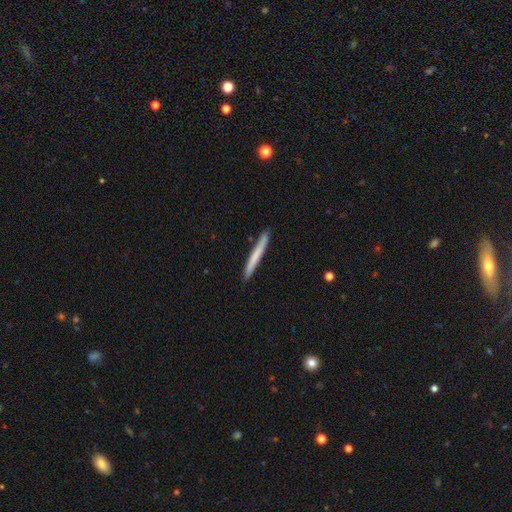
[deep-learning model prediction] A smooth galaxy with no disk features (65%) that is cigar-shaped (97%).

Vote fractions:
- Smooth or featured? smooth: 65% / featured or disk: 30% / star or artifact: 5%
- How rounded? cigar-shaped: 97% / in between: 2% / round: 1%
- Merging? none: 89% / minor disturbance: 8% / merger: 1% / major disturbance: 1%